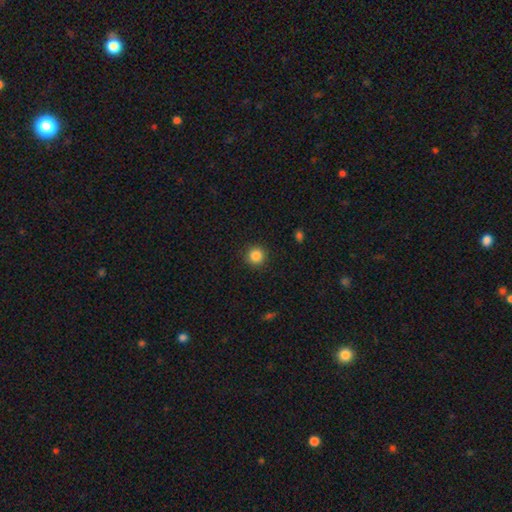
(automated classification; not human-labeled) smooth 86%, star or artifact 10%, featured or disk 4%. Down the decision tree: how rounded — round (95%); merging — none (92%).